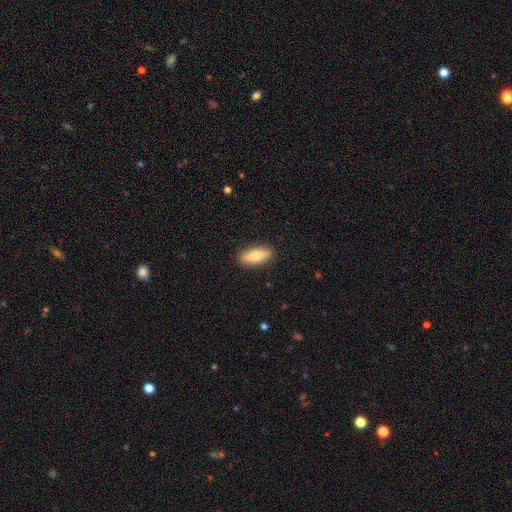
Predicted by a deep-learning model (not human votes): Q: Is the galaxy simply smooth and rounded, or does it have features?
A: smooth — 77%.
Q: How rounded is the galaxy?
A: in between — 68%.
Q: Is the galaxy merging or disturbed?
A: none — 89%.